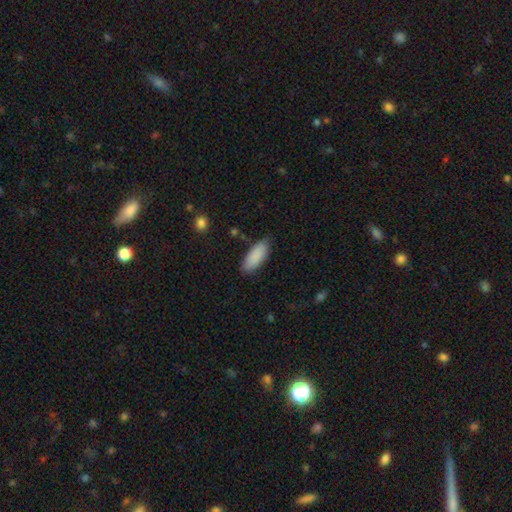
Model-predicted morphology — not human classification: smooth 89%, star or artifact 6%, featured or disk 5%. Down the decision tree: how rounded — in between (78%); merging — none (81%).